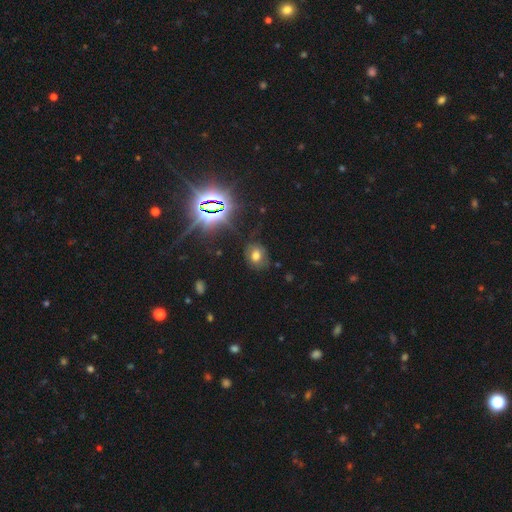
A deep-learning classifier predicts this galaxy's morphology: Overall: smooth (58%; star or artifact 26%). How rounded: round (51%; in between 48%). Merging: none (74%).